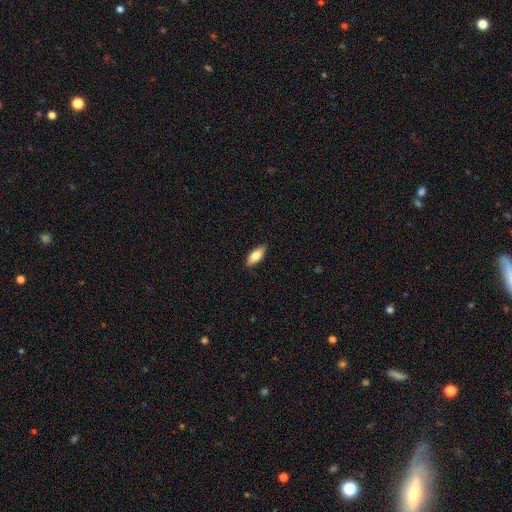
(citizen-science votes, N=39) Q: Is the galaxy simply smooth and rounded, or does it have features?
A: smooth — 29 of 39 (74%).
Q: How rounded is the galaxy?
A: in between — 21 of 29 (72%).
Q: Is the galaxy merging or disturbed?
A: none — 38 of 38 (100%).